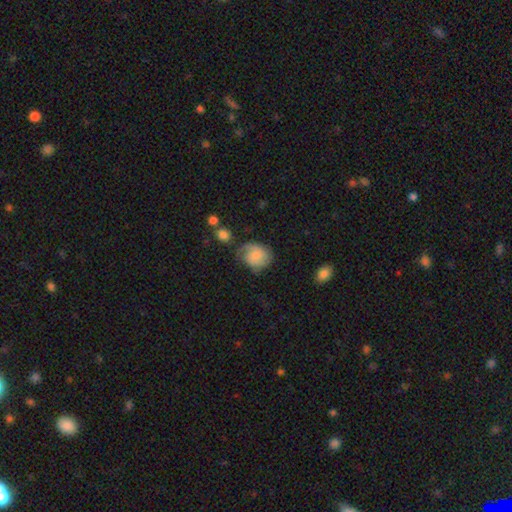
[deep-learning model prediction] Smooth or featured? smooth (58%)
How rounded? round (59%)
Merging? none (48%)